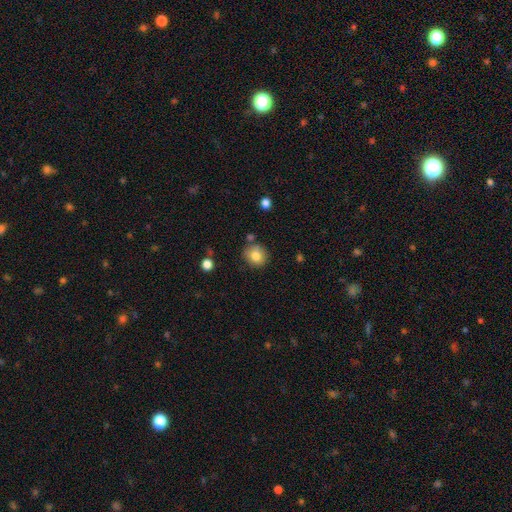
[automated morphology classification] smooth 80%, featured or disk 10%, star or artifact 10%. Down the decision tree: how rounded — round (81%); merging — none (77%).